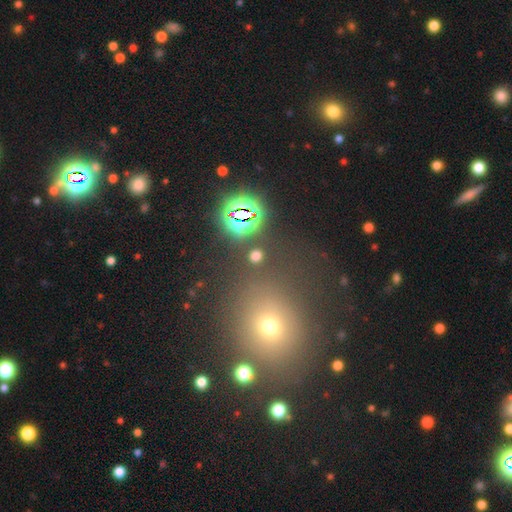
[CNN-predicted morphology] type=smooth (60%); roundness=round (76%); merging=none (84%).